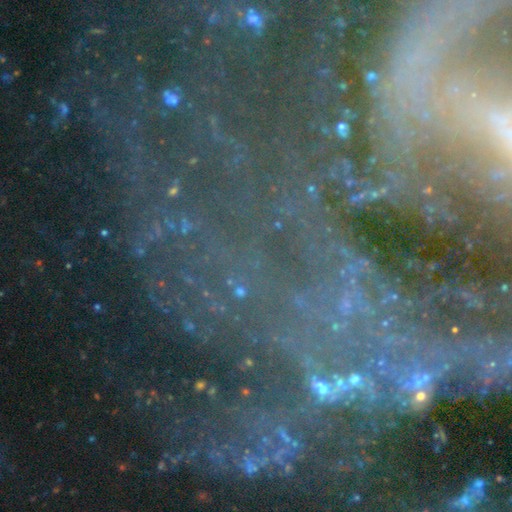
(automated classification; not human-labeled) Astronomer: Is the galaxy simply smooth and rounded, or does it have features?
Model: star or artifact — 67%.